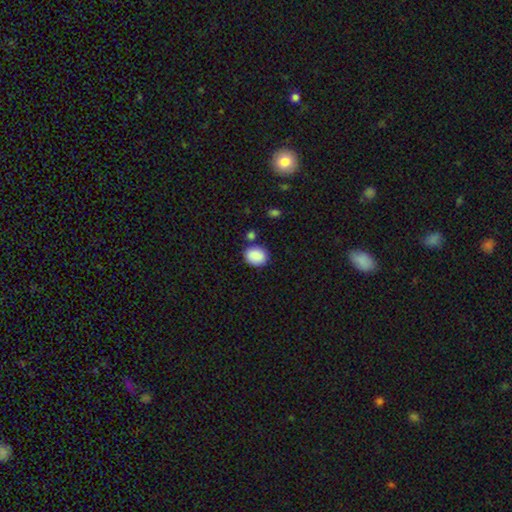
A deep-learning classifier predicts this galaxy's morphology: smooth-or-featured: smooth: 89% | star or artifact: 8% | featured or disk: 4%
  how-rounded: round: 59% | in between: 40% | cigar-shaped: 1%
  merging: none: 76% | minor disturbance: 13% | merger: 8% | major disturbance: 3%